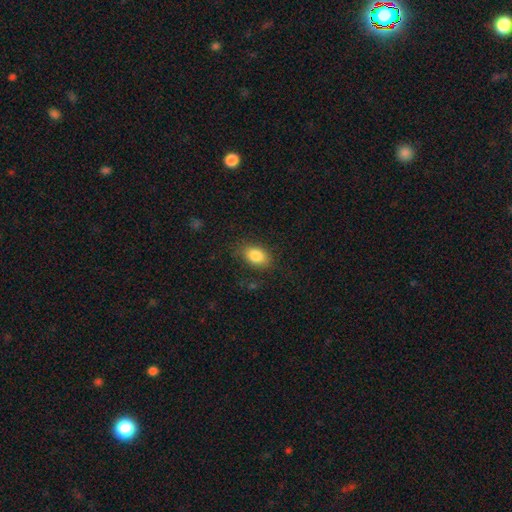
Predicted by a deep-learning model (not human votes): Morphology: type=smooth (85%); roundness=in between (85%); merging=none (80%).